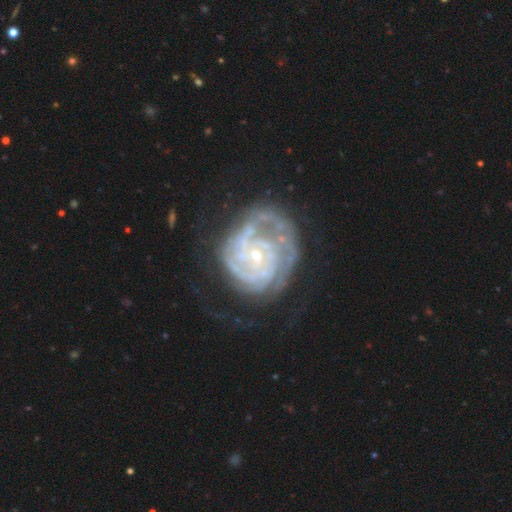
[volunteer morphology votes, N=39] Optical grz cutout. It shows a featured or disk galaxy (87%) with no bar (73%), tight (74%) spiral arms (94%) and a small central bulge (79%). Merging: none (62%).